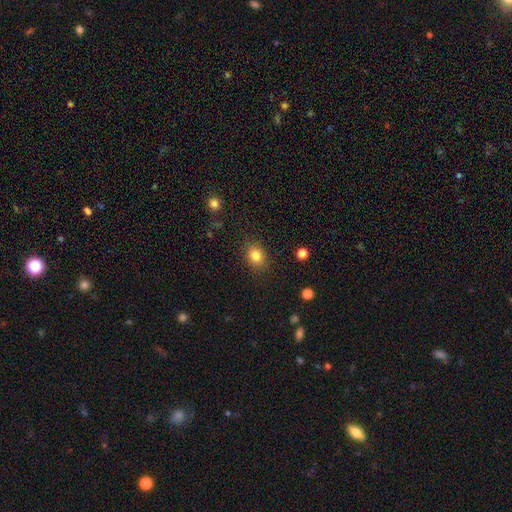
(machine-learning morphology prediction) smooth_or_featured: smooth (p=0.83) [alt: star or artifact p=0.11]
how_rounded: round (p=0.57) [alt: in between p=0.42]
merging: none (p=0.86) [alt: minor disturbance p=0.10]